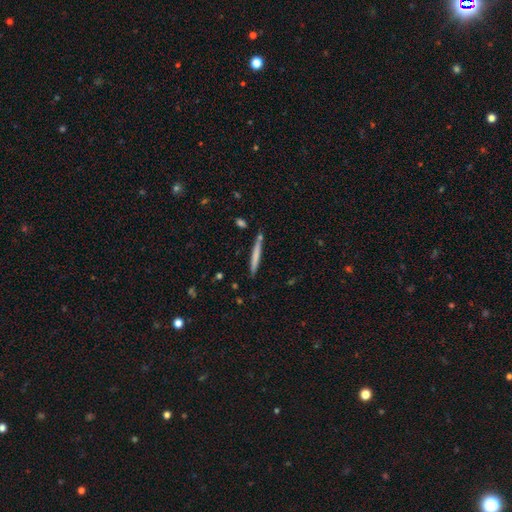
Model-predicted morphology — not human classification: smooth 64%, featured or disk 30%, star or artifact 5%. Down the decision tree: how rounded — cigar-shaped (96%); merging — none (83%).